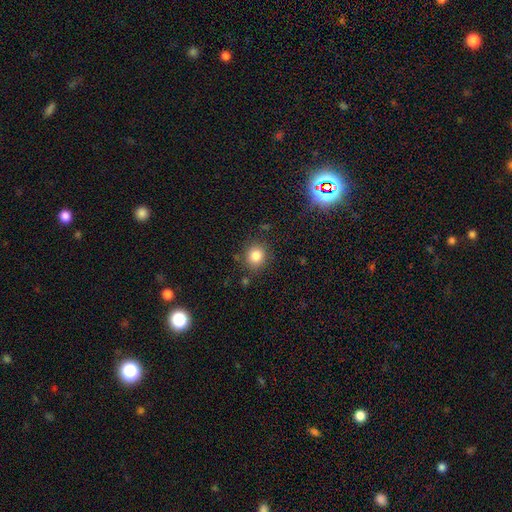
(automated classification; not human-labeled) The model was most divided on "how rounded": round: 85%, in between: 14%, cigar-shaped: 1%. More confident: merging — none (84%); smooth or featured — smooth (83%).